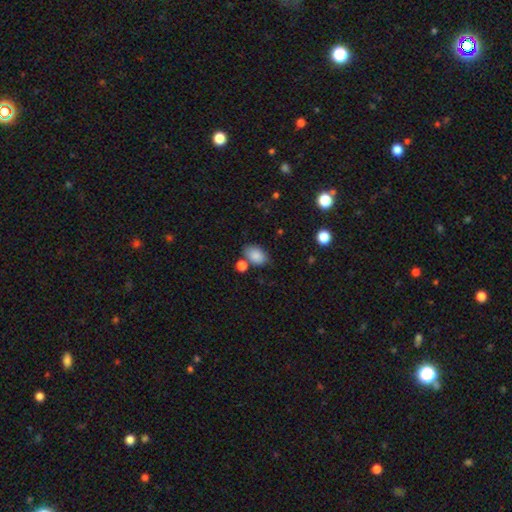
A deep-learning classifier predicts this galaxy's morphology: The model was most divided on "merging": none: 67%, minor disturbance: 16%, merger: 12%, major disturbance: 4%. More confident: how rounded — in between (86%); smooth or featured — smooth (86%).